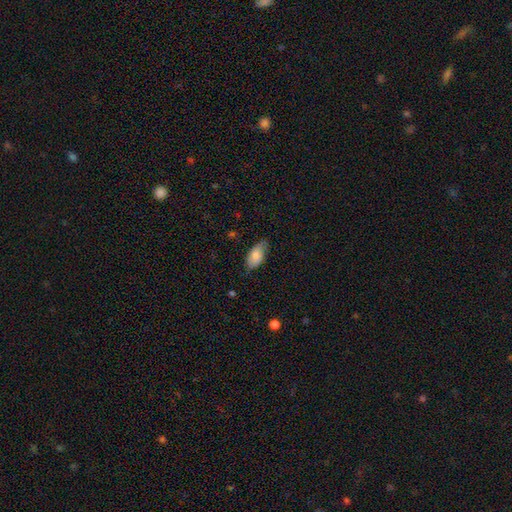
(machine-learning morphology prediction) smooth-or-featured: smooth: 75% | featured or disk: 19% | star or artifact: 6%
  how-rounded: in between: 93% | cigar-shaped: 4% | round: 3%
  merging: none: 69% | minor disturbance: 25% | major disturbance: 5% | merger: 1%